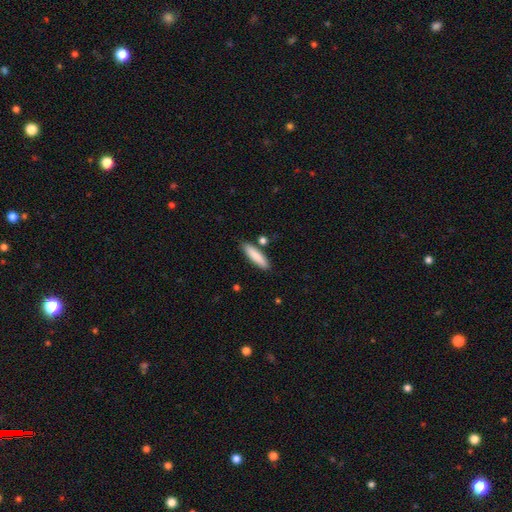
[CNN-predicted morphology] This is clearly a smooth galaxy (85%). How rounded: likely cigar-shaped (75%). Merging: clearly none (83%).